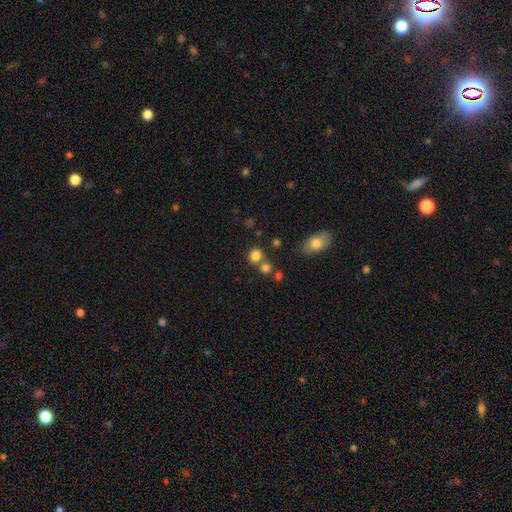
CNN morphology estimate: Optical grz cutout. It shows a smooth galaxy with no disk features (80%) that is round (82%). Merging: none (61%).